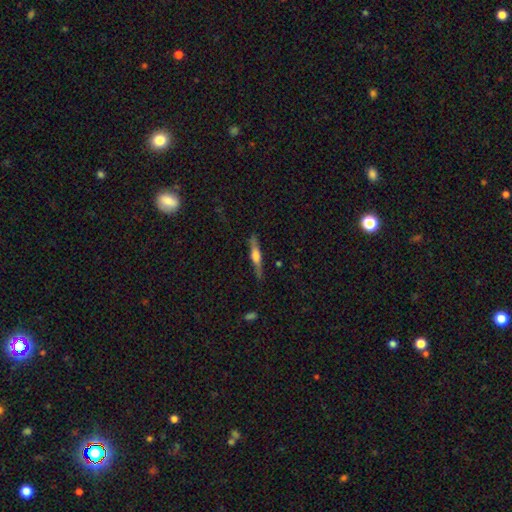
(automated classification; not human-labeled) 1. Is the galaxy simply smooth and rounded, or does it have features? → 63% featured or disk, 31% smooth, 6% star or artifact.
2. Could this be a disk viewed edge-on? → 96% yes, 4% no.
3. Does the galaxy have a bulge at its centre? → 74% rounded, 20% boxy, 6% none.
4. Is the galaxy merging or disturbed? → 84% none, 12% minor disturbance, 3% major disturbance, 1% merger.